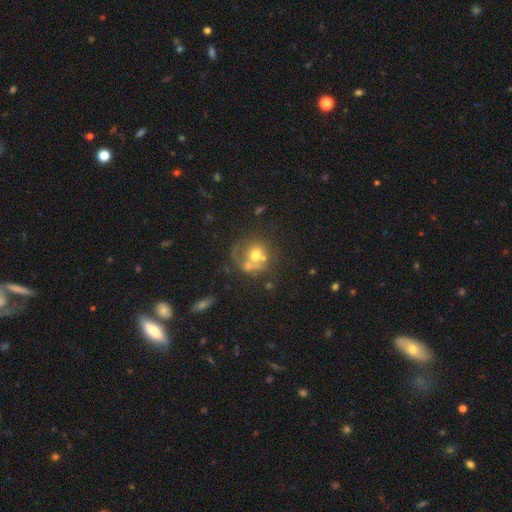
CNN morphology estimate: smooth-or-featured: smooth: 47% | featured or disk: 41% | star or artifact: 12%
  merging: none: 35% | merger: 31% | major disturbance: 19% | minor disturbance: 15%